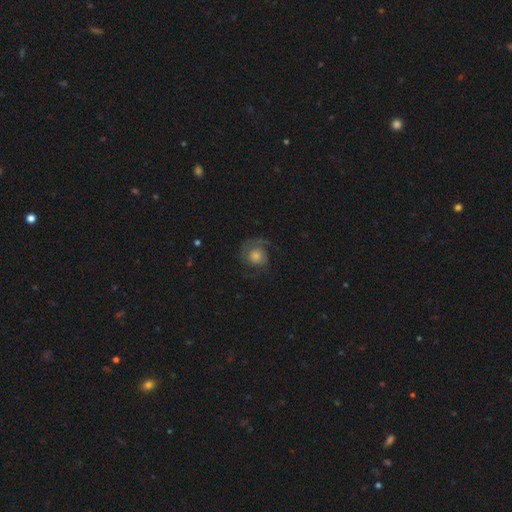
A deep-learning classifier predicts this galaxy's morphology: type=featured or disk (63%); edge-on=no (97%); bar=no (78%); spiral arms=yes (90%); winding=tight (40%); arm count=2 (41%); bulge=moderate (49%); merging=none (63%).